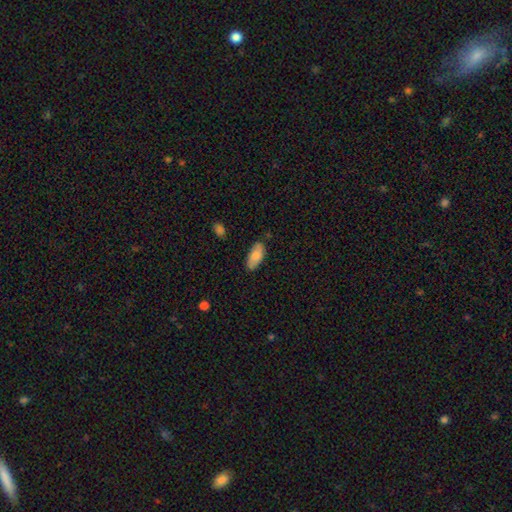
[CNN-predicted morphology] Smooth or featured?
  - smooth: 82% *
  - featured or disk: 12%
  - star or artifact: 6%
How rounded?
  - in between: 88% *
  - cigar-shaped: 10%
  - round: 2%
Merging?
  - none: 82% *
  - minor disturbance: 14%
  - major disturbance: 3%
  - merger: 2%